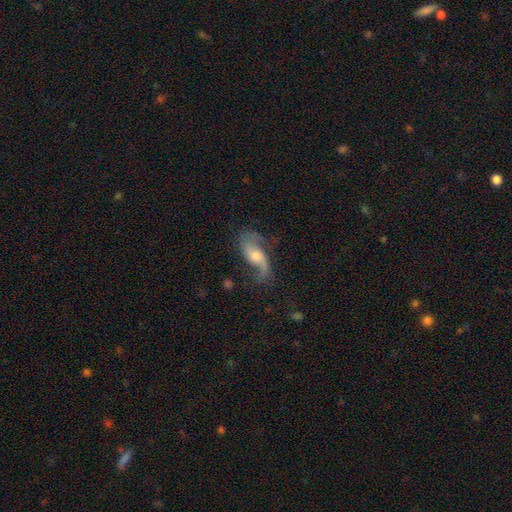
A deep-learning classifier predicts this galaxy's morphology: This appears to be a featured or disk galaxy (79%) with no bar (56%), 2 (86%) loose (65%) spiral arms (93%) and a moderate central bulge (61%). Merging: none (62%).